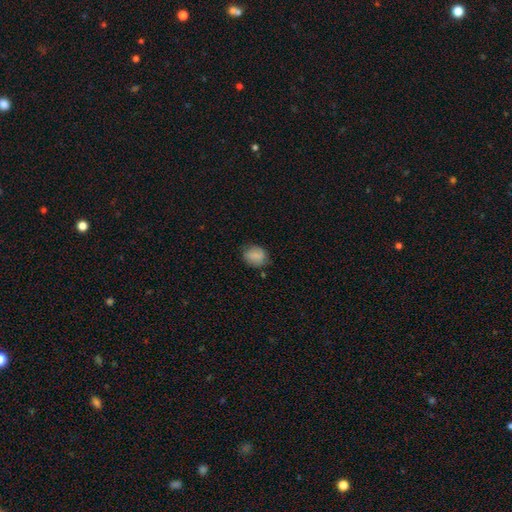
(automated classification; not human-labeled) Smooth or featured?
  - smooth: 82% *
  - featured or disk: 10%
  - star or artifact: 8%
How rounded?
  - round: 58% *
  - in between: 41%
  - cigar-shaped: 1%
Merging?
  - none: 73% *
  - minor disturbance: 21%
  - major disturbance: 5%
  - merger: 2%